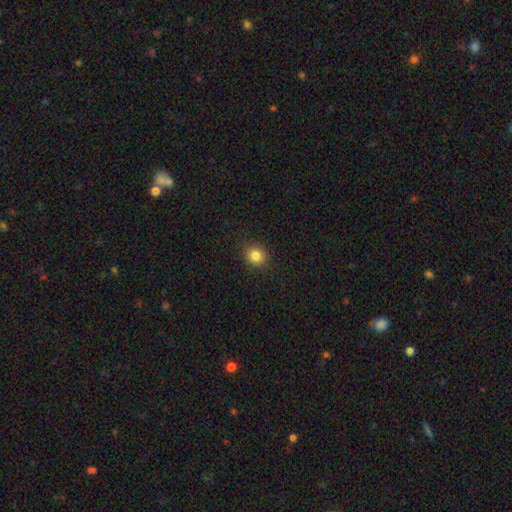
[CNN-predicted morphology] smooth 83%, star or artifact 11%, featured or disk 5%. Down the decision tree: how rounded — round (84%); merging — none (90%).